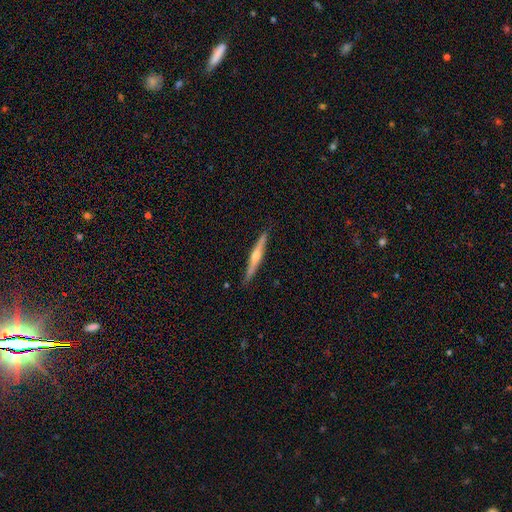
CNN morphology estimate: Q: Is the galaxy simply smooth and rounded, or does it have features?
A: featured or disk — 73%.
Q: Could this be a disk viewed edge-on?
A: yes — 98%.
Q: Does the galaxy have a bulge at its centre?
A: rounded — 87%.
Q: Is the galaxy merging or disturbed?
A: none — 91%.